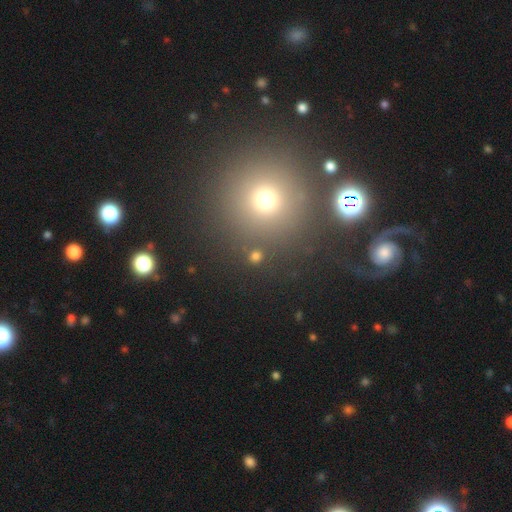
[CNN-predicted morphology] The model was most divided on "smooth or featured": smooth: 62%, star or artifact: 31%, featured or disk: 8%. More confident: how rounded — round (89%); merging — none (83%).